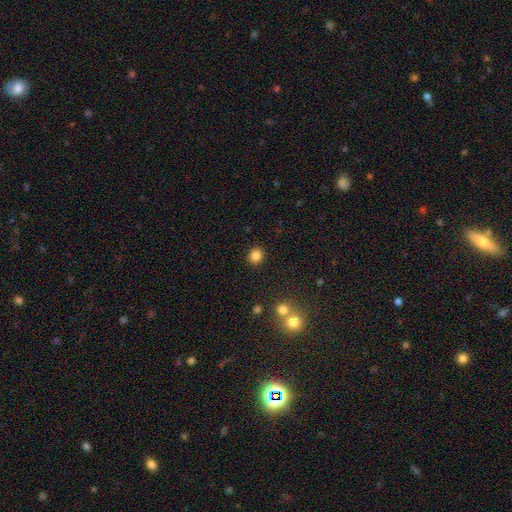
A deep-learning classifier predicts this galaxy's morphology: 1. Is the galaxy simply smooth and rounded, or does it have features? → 84% smooth, 12% star or artifact, 4% featured or disk.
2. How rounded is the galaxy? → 87% round, 12% in between, 1% cigar-shaped.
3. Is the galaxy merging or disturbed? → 91% none, 5% minor disturbance, 2% merger, 2% major disturbance.